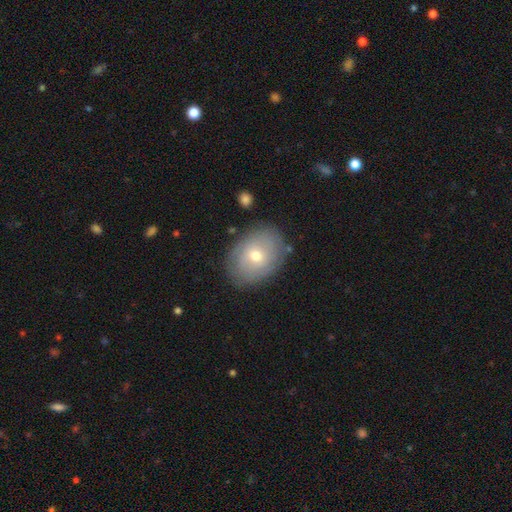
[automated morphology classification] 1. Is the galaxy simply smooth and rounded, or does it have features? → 54% smooth, 38% featured or disk, 9% star or artifact.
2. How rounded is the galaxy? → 68% in between, 31% round, 1% cigar-shaped.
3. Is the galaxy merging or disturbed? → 81% none, 13% minor disturbance, 3% major disturbance, 2% merger.